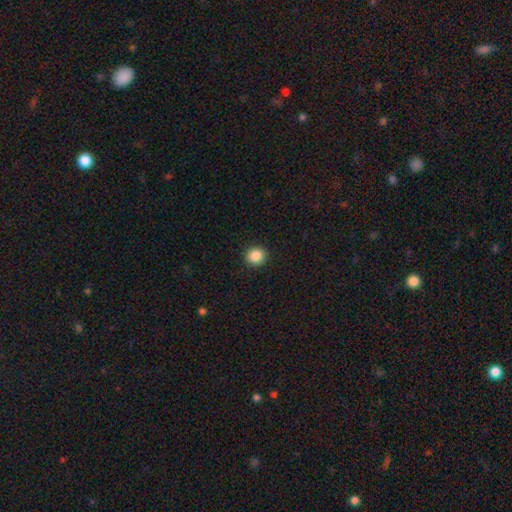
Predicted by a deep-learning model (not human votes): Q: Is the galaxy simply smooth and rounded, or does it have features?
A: smooth — 87%.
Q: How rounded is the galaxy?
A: round — 89%.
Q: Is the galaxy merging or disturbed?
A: none — 92%.